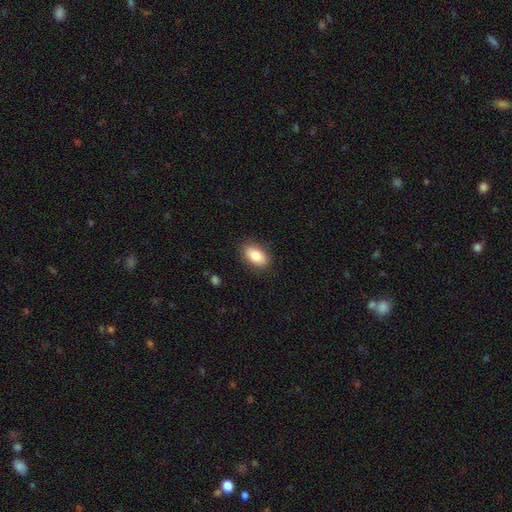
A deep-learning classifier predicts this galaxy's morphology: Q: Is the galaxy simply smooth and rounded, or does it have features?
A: smooth — 83%.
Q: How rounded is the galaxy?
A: in between — 91%.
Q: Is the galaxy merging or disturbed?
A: none — 87%.